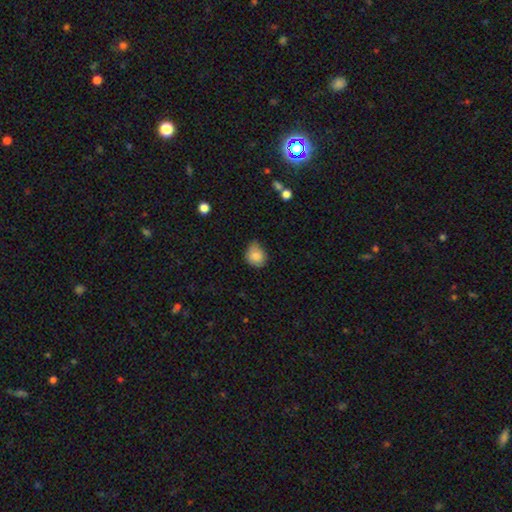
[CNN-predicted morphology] Overall: smooth (83%). How rounded: round (60%; in between 39%). Merging: none (47%; minor disturbance 42%).